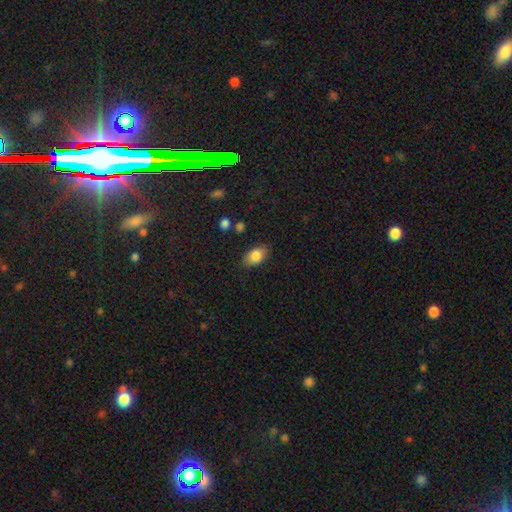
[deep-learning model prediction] Smooth or featured: smooth — 82% (featured or disk — 10%)
How rounded: in between — 90% (round — 8%)
Merging: none — 83% (minor disturbance — 13%)